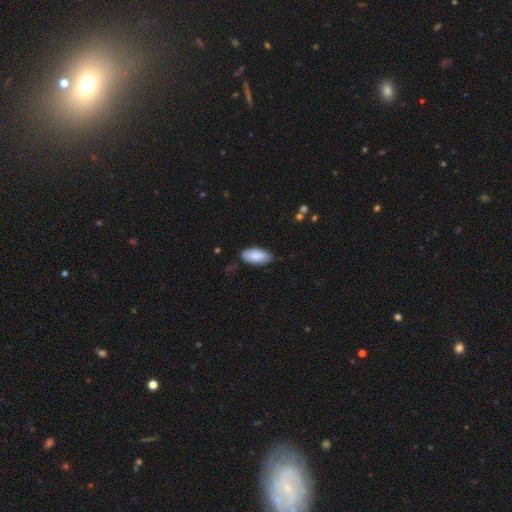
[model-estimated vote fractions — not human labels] Q: Smooth or featured?
A: smooth (87%); runner-up: featured or disk (7%)
Q: How rounded?
A: in between (93%); runner-up: cigar-shaped (5%)
Q: Merging?
A: none (72%); runner-up: minor disturbance (23%)